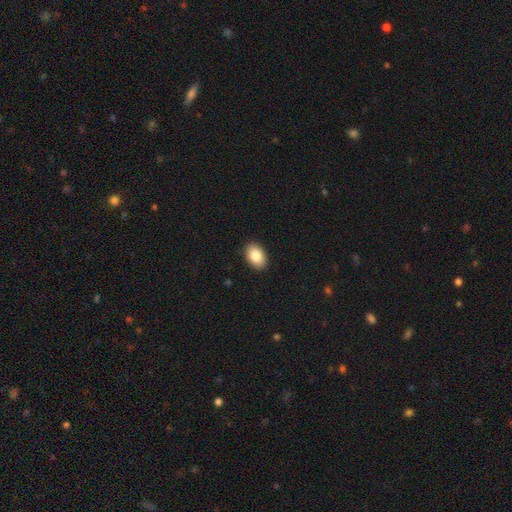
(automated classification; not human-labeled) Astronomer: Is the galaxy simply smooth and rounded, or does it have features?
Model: smooth — 86%.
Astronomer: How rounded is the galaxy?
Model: in between — 88%.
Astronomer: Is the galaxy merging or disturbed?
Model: none — 90%.